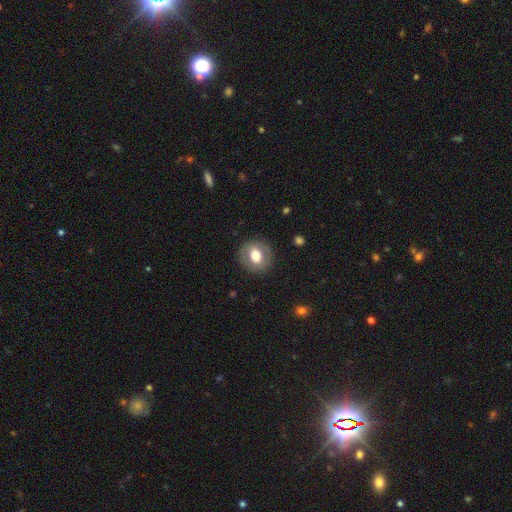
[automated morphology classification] type=smooth (66%); roundness=round (76%); merging=none (87%).